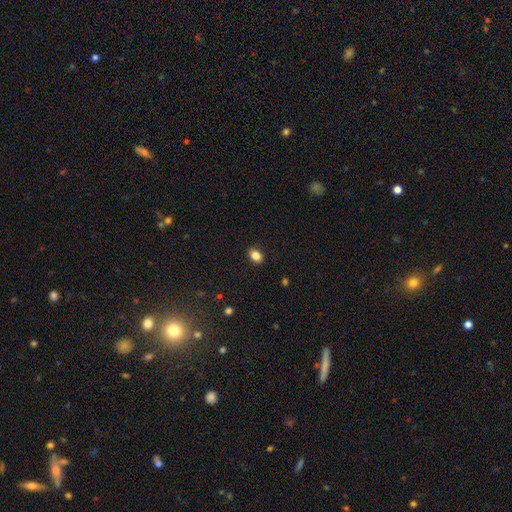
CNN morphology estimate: smooth-or-featured: smooth: 86% | star or artifact: 9% | featured or disk: 5%
  how-rounded: in between: 80% | round: 19% | cigar-shaped: 1%
  merging: none: 88% | minor disturbance: 9% | major disturbance: 2% | merger: 1%